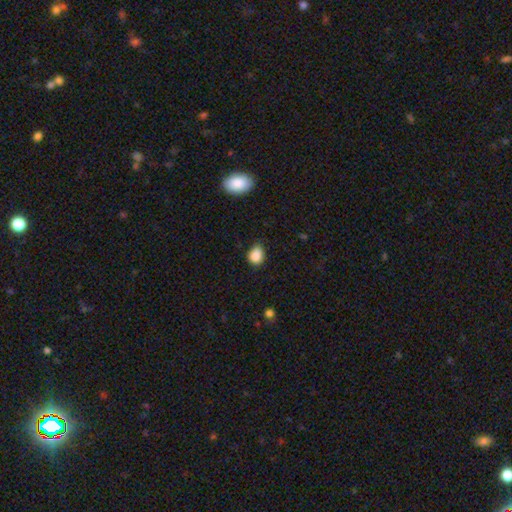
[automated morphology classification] type=smooth (86%); roundness=in between (51%); merging=none (68%).